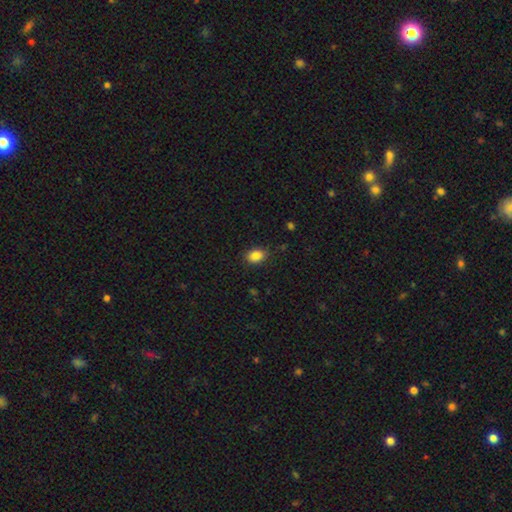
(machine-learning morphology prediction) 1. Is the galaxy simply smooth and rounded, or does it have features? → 86% smooth, 9% star or artifact, 5% featured or disk.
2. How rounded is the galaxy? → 77% in between, 22% round, 1% cigar-shaped.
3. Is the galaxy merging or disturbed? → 84% none, 12% minor disturbance, 3% major disturbance, 1% merger.